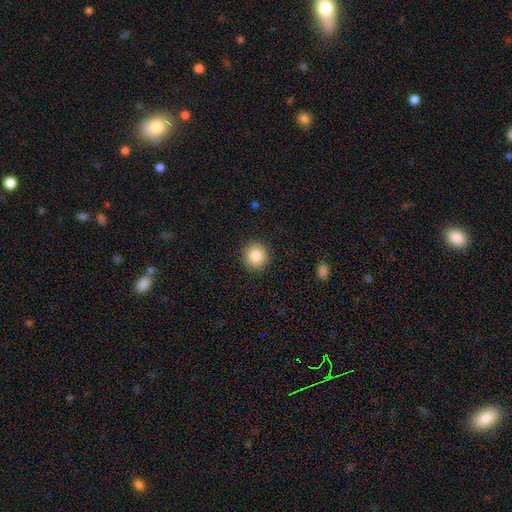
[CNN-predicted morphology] Smooth or featured: smooth — 86% (star or artifact — 9%)
How rounded: round — 92% (in between — 7%)
Merging: none — 91% (minor disturbance — 6%)